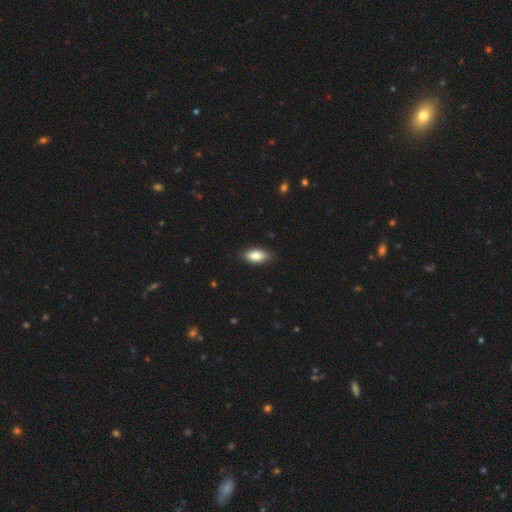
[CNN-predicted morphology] Smooth or featured? Predicted: smooth (p=0.84). How rounded? Predicted: in between (p=0.91). Merging? Predicted: none (p=0.87).